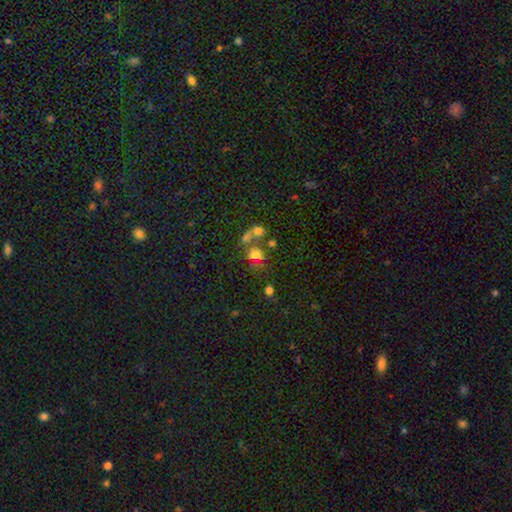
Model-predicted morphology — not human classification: This is possibly a smooth galaxy (59%). How rounded: possibly round (56%). Merging: marginally merger (42%).